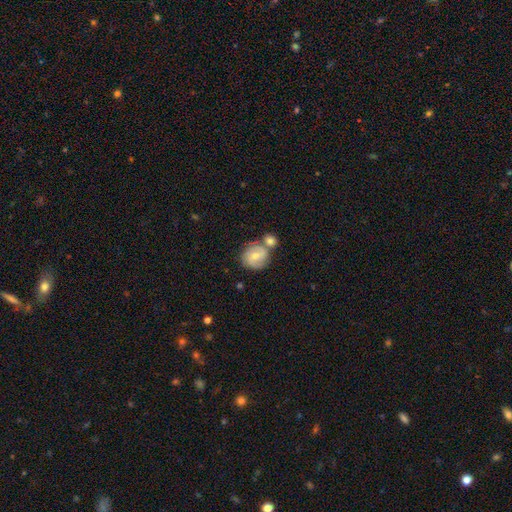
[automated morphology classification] This is possibly a smooth galaxy (47%). Merging: marginally none (44%).